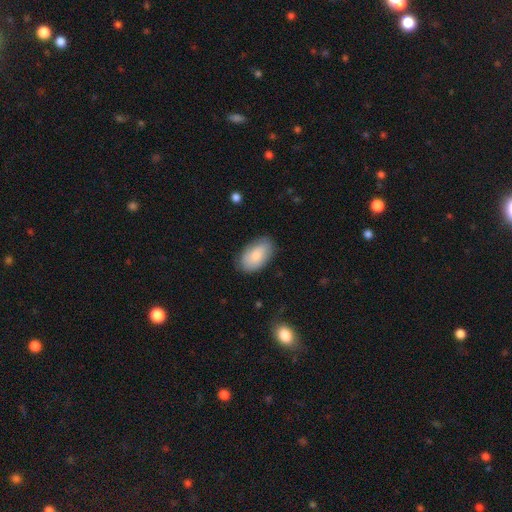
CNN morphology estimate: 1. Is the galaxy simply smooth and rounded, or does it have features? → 79% smooth, 15% featured or disk, 6% star or artifact.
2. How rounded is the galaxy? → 94% in between, 4% round, 1% cigar-shaped.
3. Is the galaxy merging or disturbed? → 81% none, 15% minor disturbance, 3% major disturbance, 1% merger.